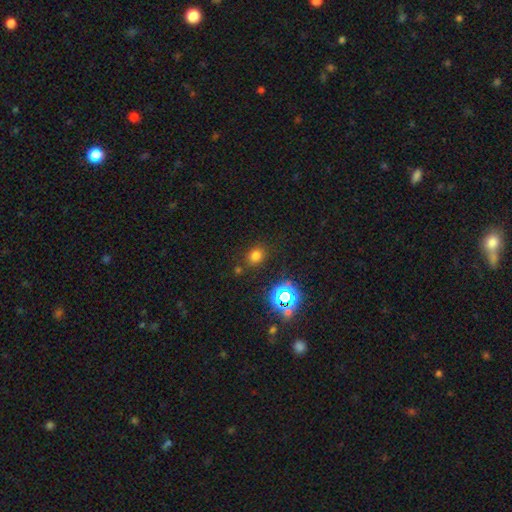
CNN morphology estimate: This appears to be a smooth galaxy with no disk features (69%) that is round (59%). Merging: none (82%).